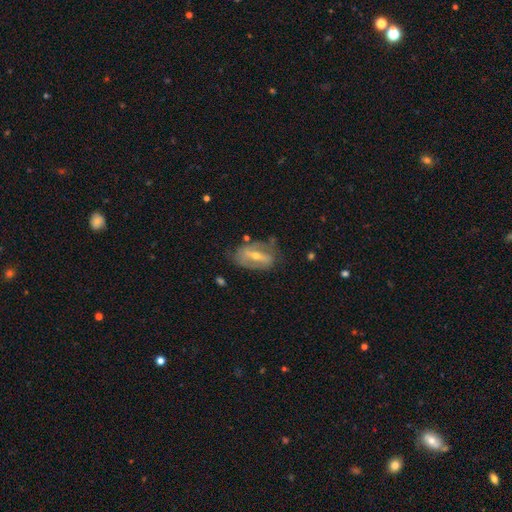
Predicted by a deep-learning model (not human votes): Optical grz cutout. It shows a featured or disk galaxy (71%) with a strong bar (58%), spiral arms (58%) and a moderate central bulge (51%). Merging: none (60%).